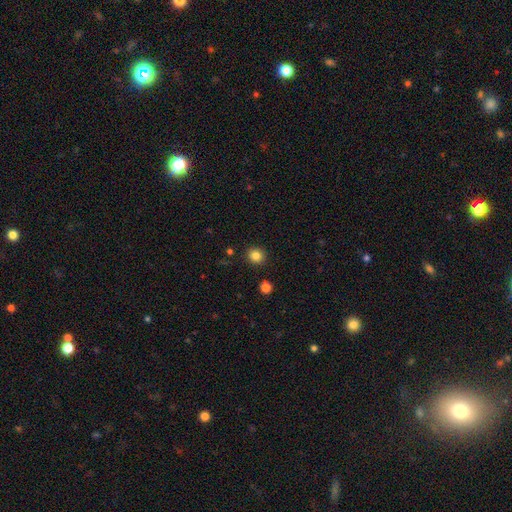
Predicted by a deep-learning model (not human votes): Morphology: type=smooth (83%); roundness=round (87%); merging=none (91%).